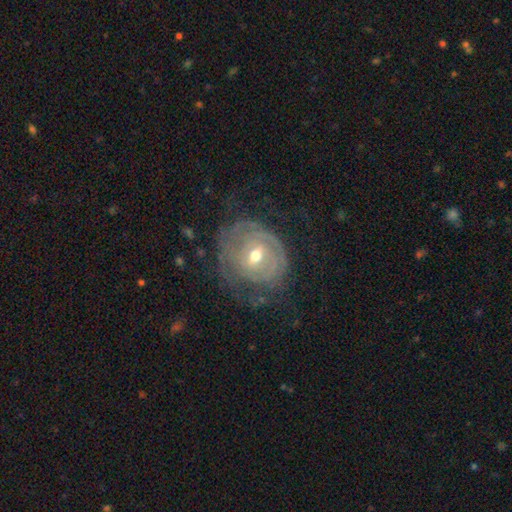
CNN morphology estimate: Overall: featured or disk (77%). Edge-on disk: no (96%). Bar: weak (47%; no 39%). Spiral arms: yes (79%). Spiral arm count: can't tell (52%; 2 22%). Spiral winding: tight (71%). Bulge size: moderate (65%; small 30%). Merging: none (60%; minor disturbance 22%).